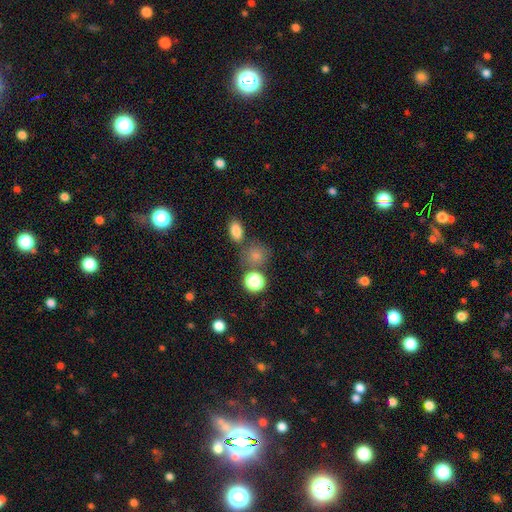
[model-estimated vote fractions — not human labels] The model was most divided on "merging": none: 66%, merger: 17%, minor disturbance: 12%, major disturbance: 5%. More confident: how rounded — round (78%); smooth or featured — smooth (77%).